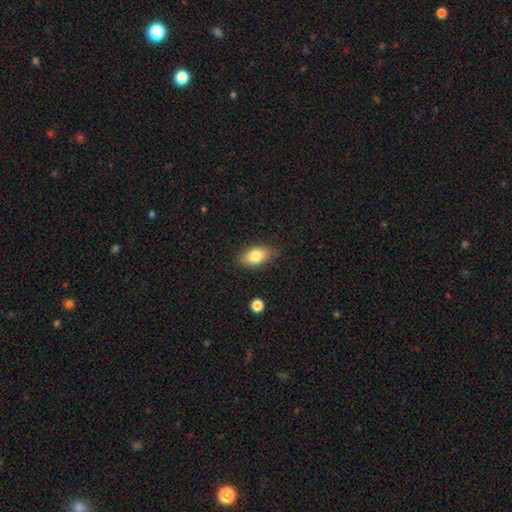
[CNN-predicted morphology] smooth 80%, featured or disk 12%, star or artifact 8%. Down the decision tree: how rounded — in between (89%); merging — none (84%).